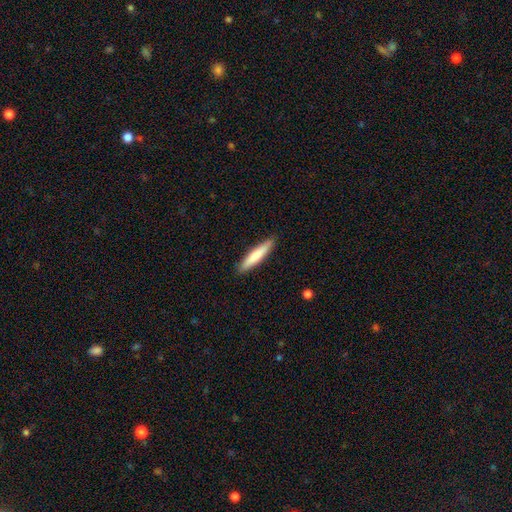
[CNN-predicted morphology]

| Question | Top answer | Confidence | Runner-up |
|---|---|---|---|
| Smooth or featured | smooth | 74% | featured or disk (21%) |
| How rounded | cigar-shaped | 90% | in between (8%) |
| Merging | none | 90% | minor disturbance (7%) |